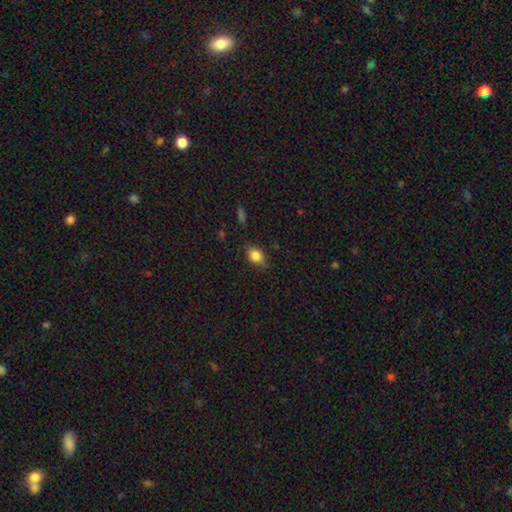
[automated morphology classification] smooth 84%, star or artifact 9%, featured or disk 7%. Down the decision tree: how rounded — in between (70%); merging — none (79%).